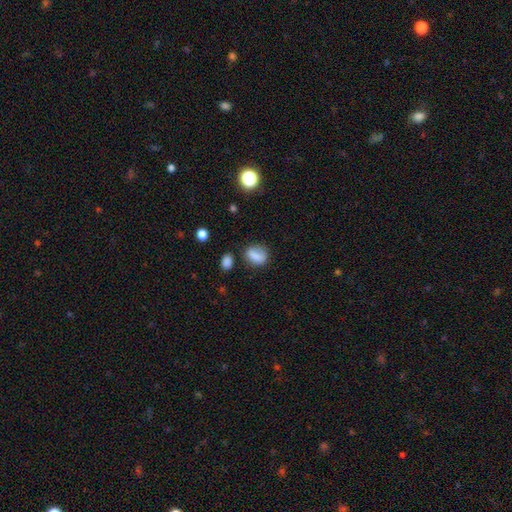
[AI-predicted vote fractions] A smooth galaxy with no disk features (80%) that is in between round and cigar-shaped (64%).

Vote fractions:
- Smooth or featured? smooth: 80% / star or artifact: 10% / featured or disk: 10%
- How rounded? in between: 64% / round: 32% / cigar-shaped: 4%
- Merging? none: 66% / minor disturbance: 20% / major disturbance: 7% / merger: 7%